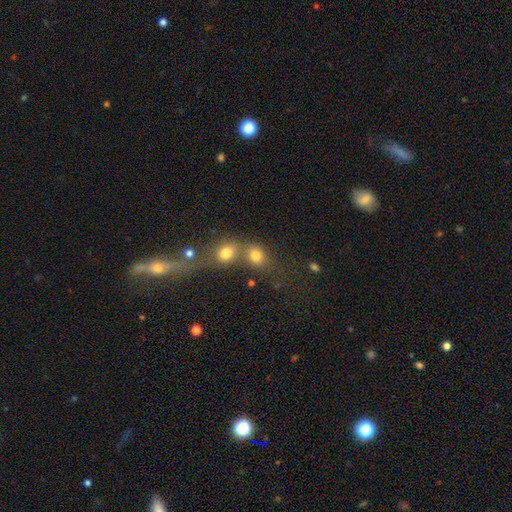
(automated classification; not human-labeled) Smooth or featured: smooth — 78% (star or artifact — 13%)
How rounded: round — 66% (in between — 33%)
Merging: merger — 53% (none — 34%)